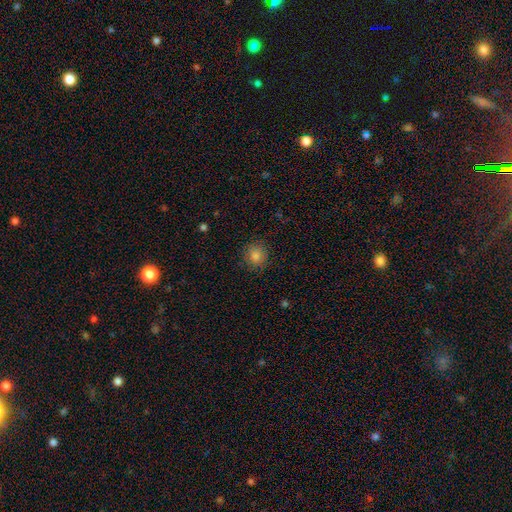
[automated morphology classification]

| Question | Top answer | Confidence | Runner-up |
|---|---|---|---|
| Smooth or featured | smooth | 83% | star or artifact (12%) |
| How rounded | round | 89% | in between (10%) |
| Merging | none | 88% | minor disturbance (8%) |